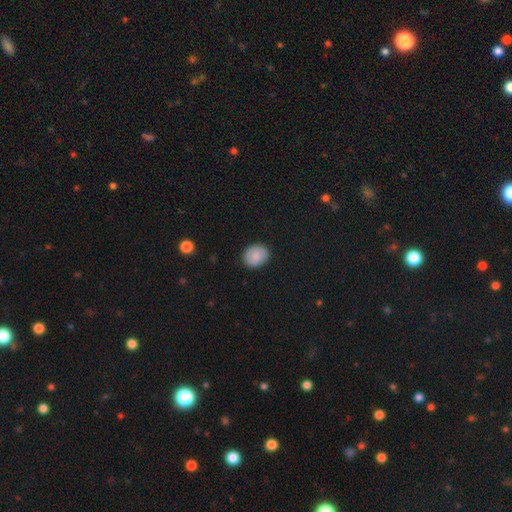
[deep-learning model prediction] Smooth or featured? smooth (76%)
How rounded? round (59%)
Merging? none (84%)